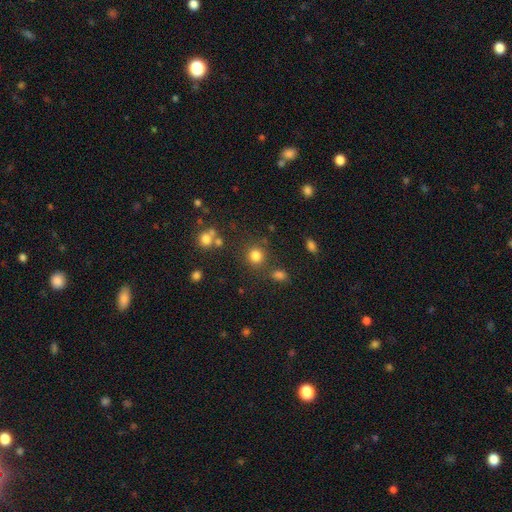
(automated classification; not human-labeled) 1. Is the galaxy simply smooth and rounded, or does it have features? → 79% smooth, 15% star or artifact, 6% featured or disk.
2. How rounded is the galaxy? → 90% round, 9% in between, 1% cigar-shaped.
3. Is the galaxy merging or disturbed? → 79% none, 9% minor disturbance, 8% merger, 4% major disturbance.